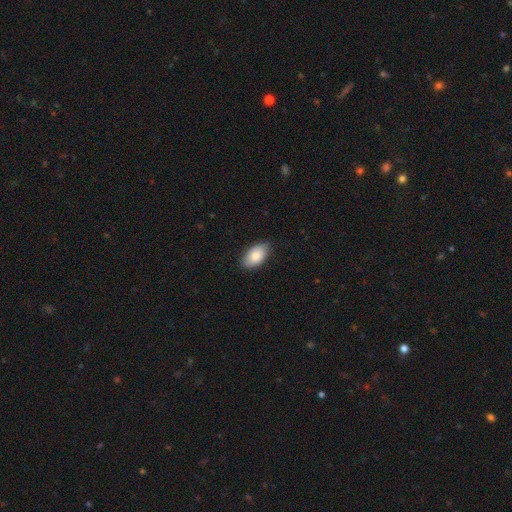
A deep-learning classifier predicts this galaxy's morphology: smooth_or_featured: smooth (p=0.84) [alt: featured or disk p=0.10]
how_rounded: in between (p=0.94) [alt: round p=0.04]
merging: none (p=0.83) [alt: minor disturbance p=0.14]